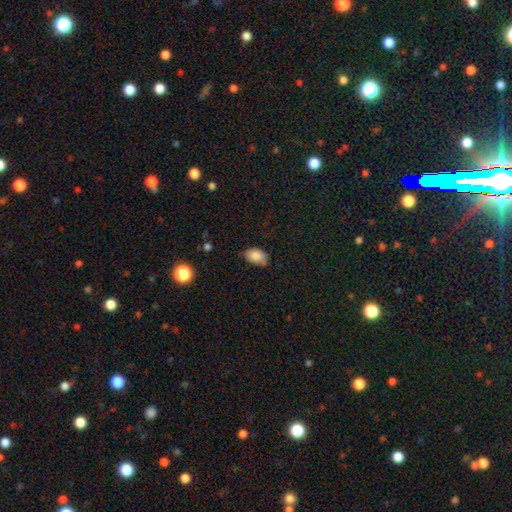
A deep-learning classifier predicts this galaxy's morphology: The model was most divided on "merging": none: 59%, minor disturbance: 33%, major disturbance: 6%, merger: 2%. More confident: how rounded — in between (85%); smooth or featured — smooth (85%).